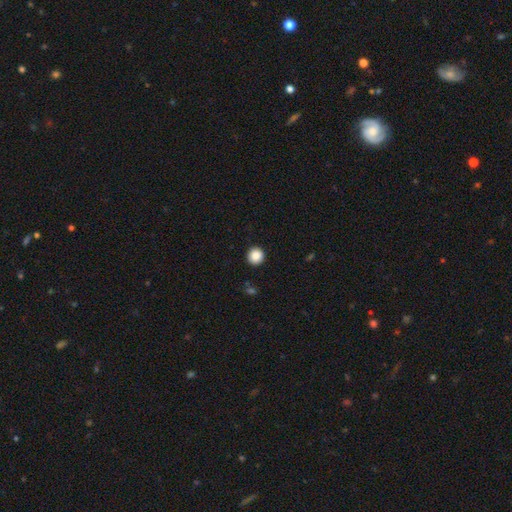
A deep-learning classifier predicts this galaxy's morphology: A smooth galaxy with no disk features (88%) that is round (93%).

Vote fractions:
- Smooth or featured? smooth: 88% / star or artifact: 9% / featured or disk: 3%
- How rounded? round: 93% / in between: 6% / cigar-shaped: 1%
- Merging? none: 92% / minor disturbance: 5% / major disturbance: 2% / merger: 1%